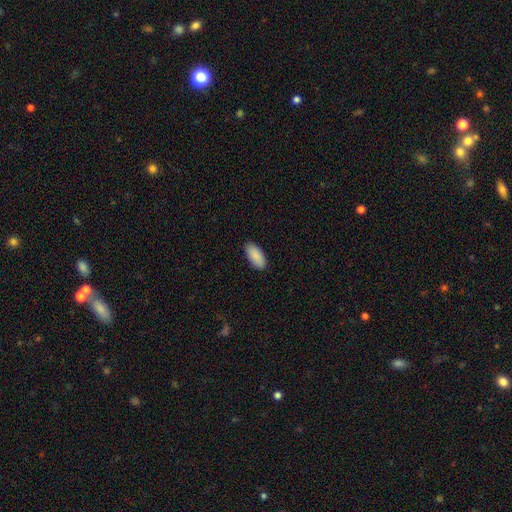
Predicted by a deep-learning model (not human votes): smooth 91%, star or artifact 6%, featured or disk 4%. Down the decision tree: how rounded — in between (90%); merging — none (89%).